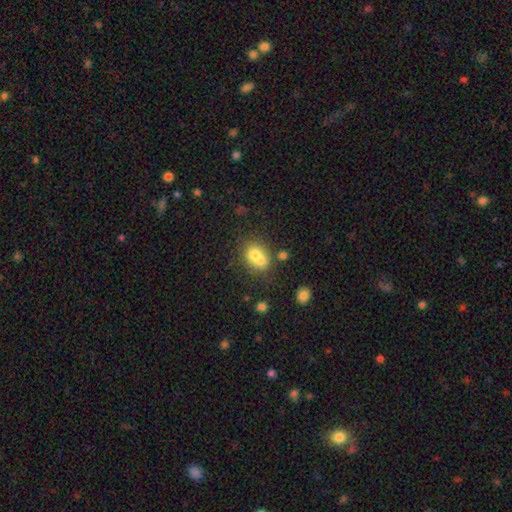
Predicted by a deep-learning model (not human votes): This is likely a smooth galaxy (70%). How rounded: possibly round (52%). Merging: possibly merger (50%).